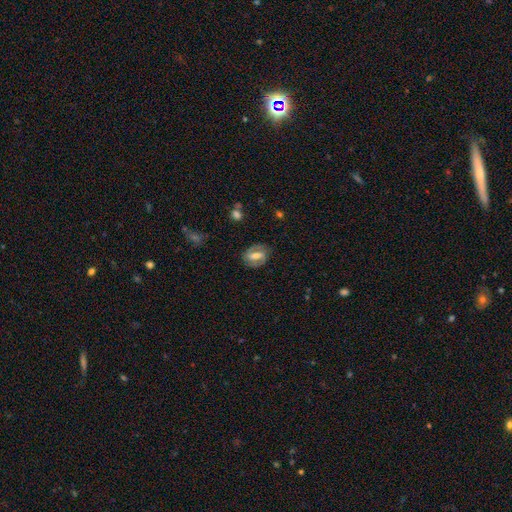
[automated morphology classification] Smooth or featured: featured or disk — 65% (smooth — 28%)
Edge-on disk: no — 95% (yes — 5%)
Bar: strong — 52% (weak — 34%)
Spiral arms: yes — 77% (no — 23%)
Bulge size: moderate — 51% (small — 24%)
Merging: none — 78% (minor disturbance — 14%)